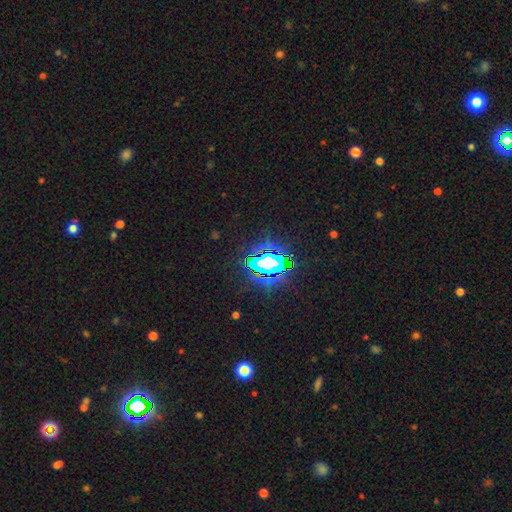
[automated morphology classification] Overall: star or artifact (81%).